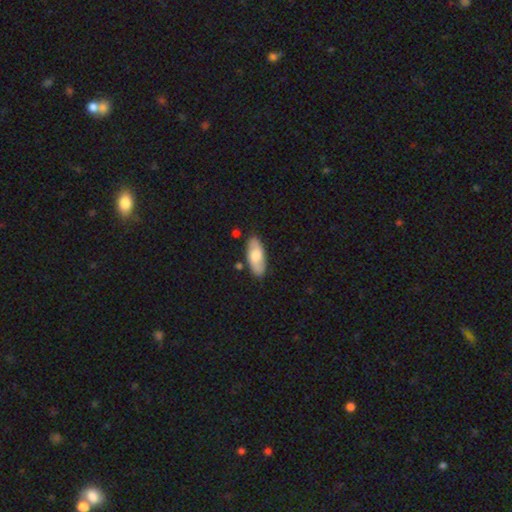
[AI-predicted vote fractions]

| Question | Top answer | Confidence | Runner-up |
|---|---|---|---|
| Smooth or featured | smooth | 64% | featured or disk (30%) |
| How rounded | in between | 82% | cigar-shaped (16%) |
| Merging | none | 83% | minor disturbance (12%) |